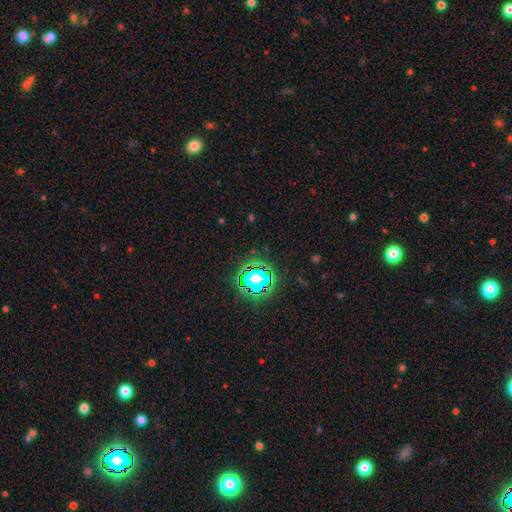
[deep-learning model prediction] Smooth or featured? Predicted: star or artifact (p=0.81).